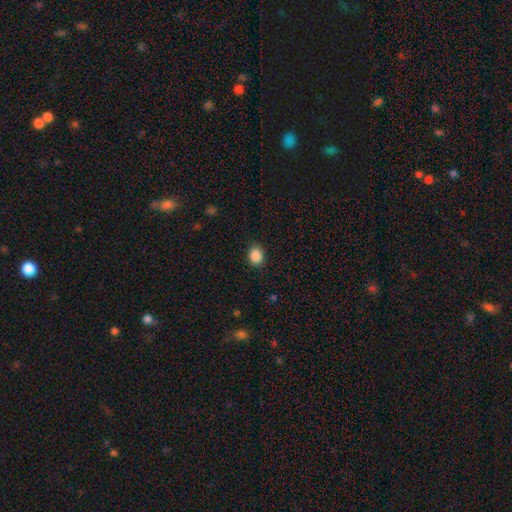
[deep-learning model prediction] Smooth or featured? smooth (88%)
How rounded? round (51%)
Merging? none (88%)